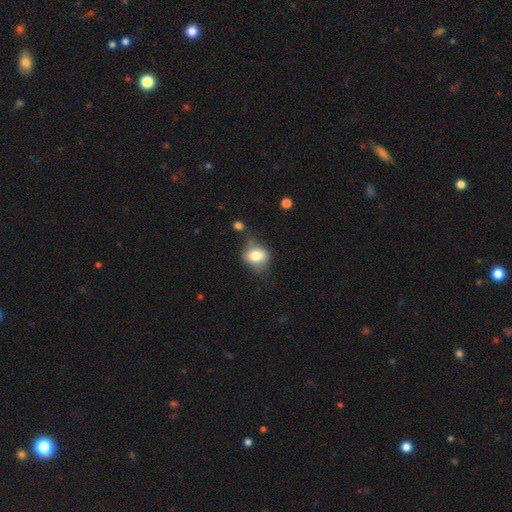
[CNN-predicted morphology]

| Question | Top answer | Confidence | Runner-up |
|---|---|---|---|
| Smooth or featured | smooth | 75% | featured or disk (16%) |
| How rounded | in between | 55% | round (44%) |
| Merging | none | 53% | minor disturbance (28%) |